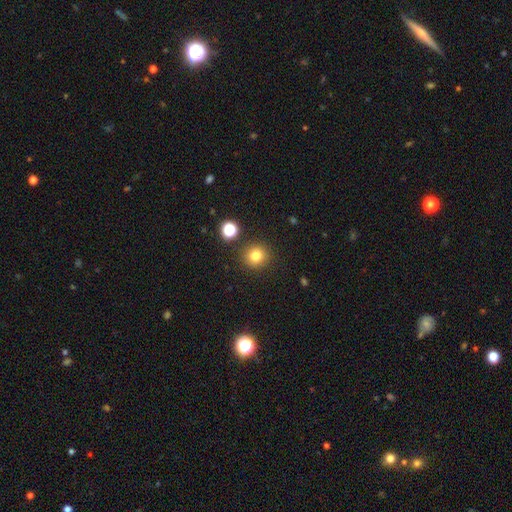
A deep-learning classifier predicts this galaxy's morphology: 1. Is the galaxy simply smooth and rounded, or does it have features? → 79% smooth, 14% star or artifact, 7% featured or disk.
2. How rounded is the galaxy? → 91% round, 8% in between, 1% cigar-shaped.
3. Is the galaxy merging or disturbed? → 88% none, 6% minor disturbance, 3% merger, 2% major disturbance.